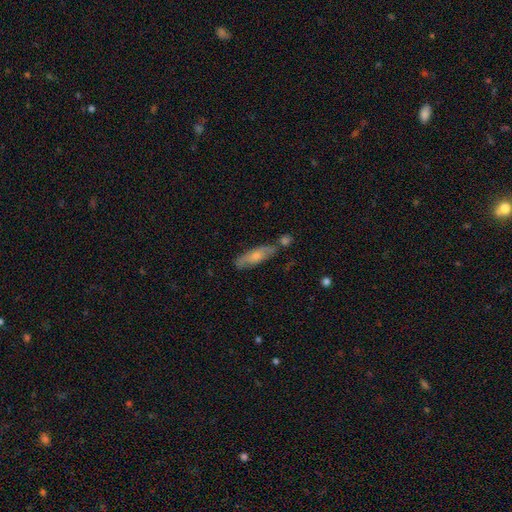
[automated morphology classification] This is possibly a smooth galaxy (57%). How rounded: possibly cigar-shaped (56%). Merging: likely none (65%).